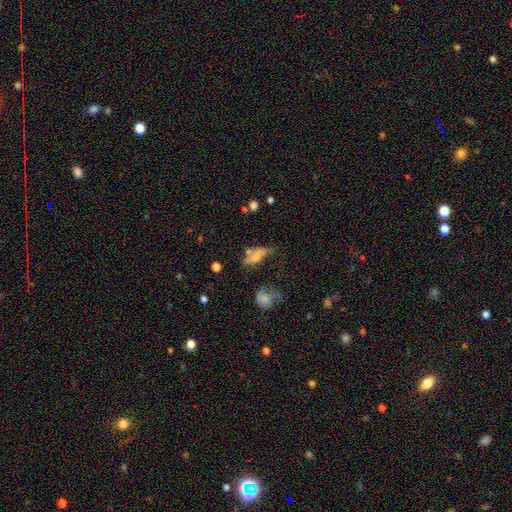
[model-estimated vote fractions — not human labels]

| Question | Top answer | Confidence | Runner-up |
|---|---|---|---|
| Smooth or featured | smooth | 60% | featured or disk (27%) |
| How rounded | in between | 75% | cigar-shaped (19%) |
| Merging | none | 30% | minor disturbance (27%) |